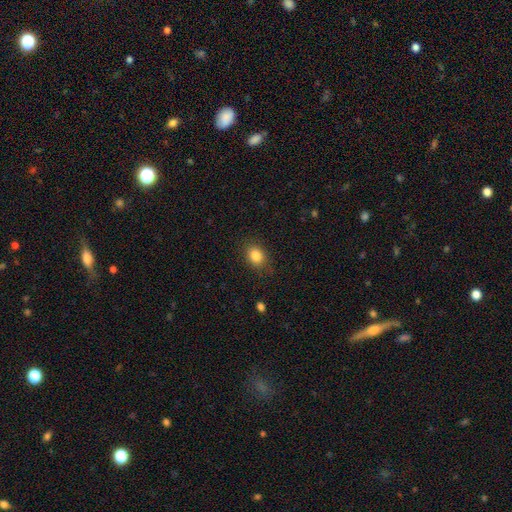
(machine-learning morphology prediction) A smooth galaxy with no disk features (84%) that is in between round and cigar-shaped (61%).

Vote fractions:
- Smooth or featured? smooth: 84% / star or artifact: 10% / featured or disk: 6%
- How rounded? in between: 61% / round: 38% / cigar-shaped: 1%
- Merging? none: 83% / minor disturbance: 13% / major disturbance: 3% / merger: 1%